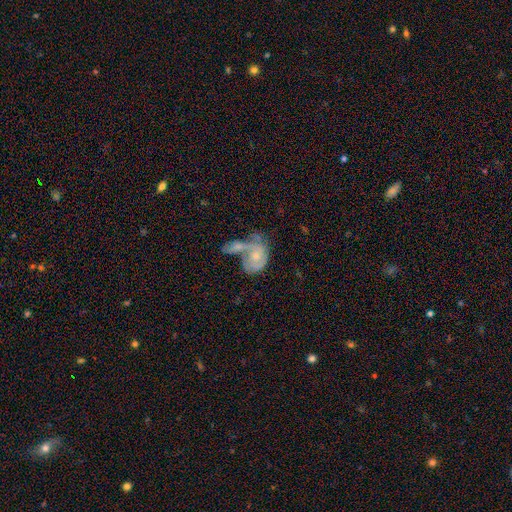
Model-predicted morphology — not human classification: Smooth or featured?
  - featured or disk: 64% *
  - smooth: 29%
  - star or artifact: 7%
Edge-on disk?
  - no: 97% *
  - yes: 3%
Bar?
  - no: 75% *
  - weak: 21%
  - strong: 4%
Spiral arms?
  - yes: 75% *
  - no: 25%
Bulge size?
  - small: 49% *
  - moderate: 44%
  - none: 4%
  - large: 2%
  - dominant: 1%
Merging?
  - merger: 56% *
  - none: 18%
  - major disturbance: 15%
  - minor disturbance: 11%